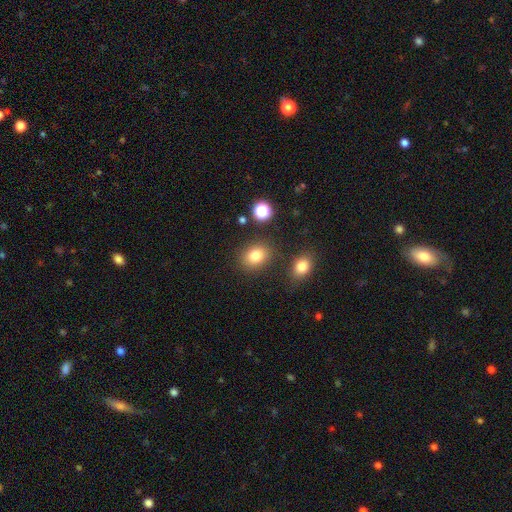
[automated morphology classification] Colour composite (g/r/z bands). It shows a smooth galaxy with no disk features (81%) that is in between round and cigar-shaped (54%). Merging: none (81%).